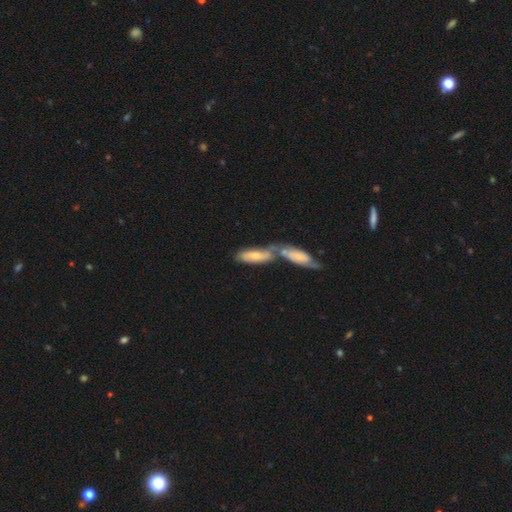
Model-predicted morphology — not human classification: Smooth or featured: smooth — 59% (featured or disk — 35%)
How rounded: in between — 56% (cigar-shaped — 42%)
Merging: merger — 66% (none — 21%)